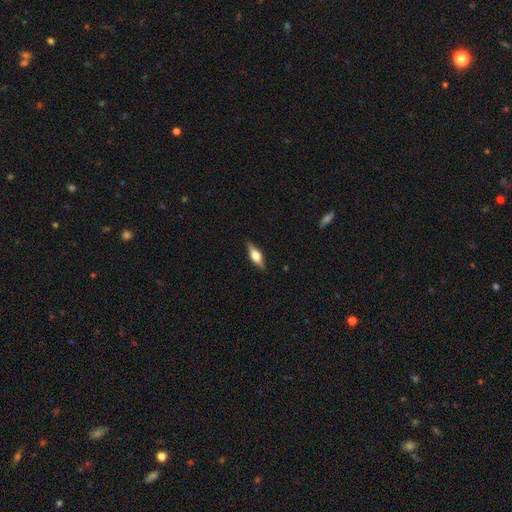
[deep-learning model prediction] featured or disk 56%, smooth 37%, star or artifact 7%. Down the decision tree: edge-on disk — yes (94%); edge-on bulge — rounded (90%); merging — none (87%).